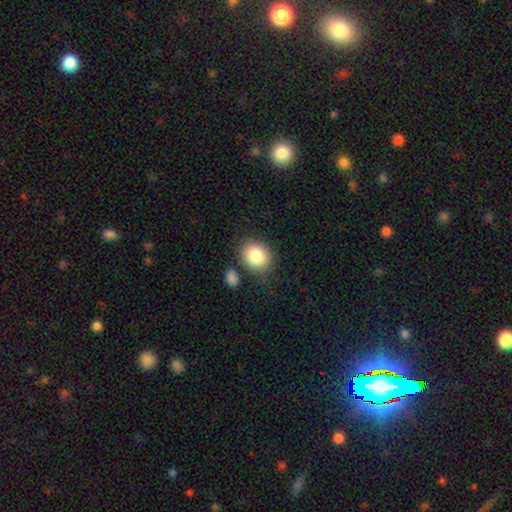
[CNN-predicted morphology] A smooth galaxy with no disk features (85%) that is round (58%). Merging: none (74%).